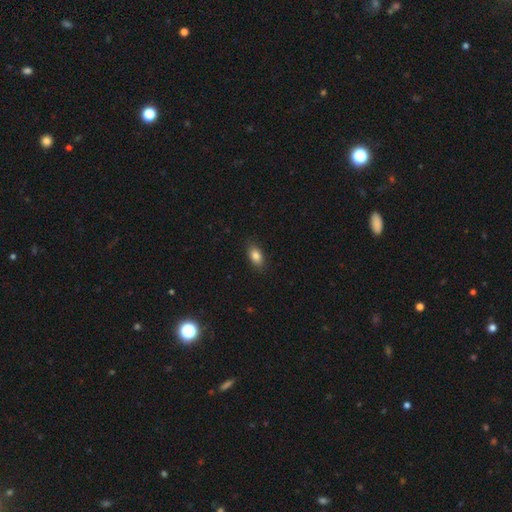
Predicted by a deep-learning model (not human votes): Smooth or featured?
  - smooth: 84% *
  - star or artifact: 8%
  - featured or disk: 7%
How rounded?
  - in between: 88% *
  - round: 8%
  - cigar-shaped: 4%
Merging?
  - none: 86% *
  - minor disturbance: 11%
  - major disturbance: 2%
  - merger: 1%